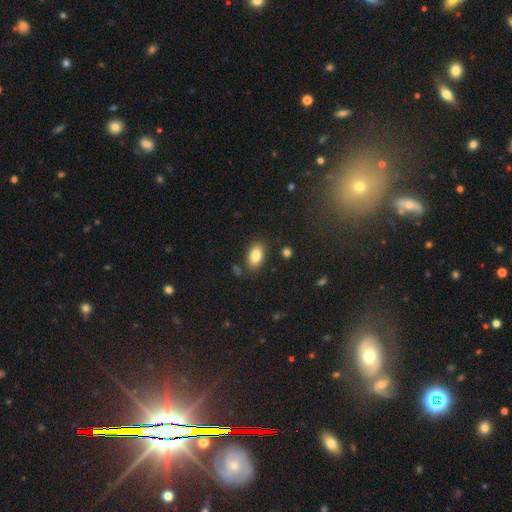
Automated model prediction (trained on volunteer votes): A smooth galaxy with no disk features (84%) that is in between round and cigar-shaped (92%).

Vote fractions:
- Smooth or featured? smooth: 84% / featured or disk: 8% / star or artifact: 8%
- How rounded? in between: 92% / round: 6% / cigar-shaped: 2%
- Merging? none: 83% / minor disturbance: 11% / merger: 3% / major disturbance: 3%